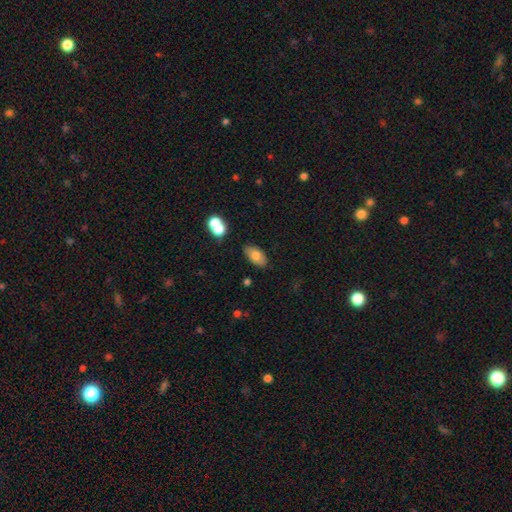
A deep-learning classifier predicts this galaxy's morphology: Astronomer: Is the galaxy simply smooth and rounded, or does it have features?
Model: smooth — 74%.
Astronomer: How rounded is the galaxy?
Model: in between — 93%.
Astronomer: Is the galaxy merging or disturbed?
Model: none — 82%.